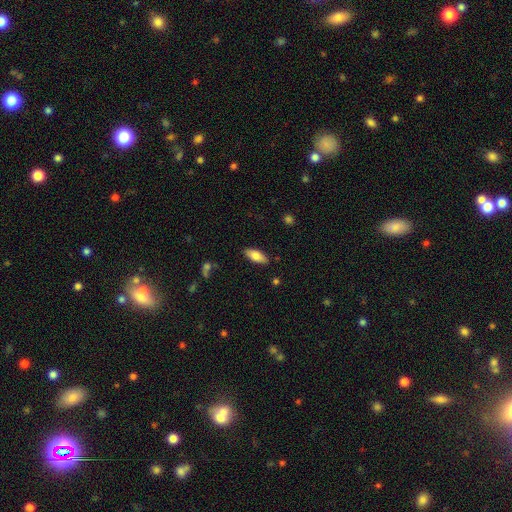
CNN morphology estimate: smooth-or-featured: smooth: 79% | featured or disk: 15% | star or artifact: 6%
  how-rounded: in between: 81% | cigar-shaped: 17% | round: 2%
  merging: none: 86% | minor disturbance: 10% | major disturbance: 2% | merger: 1%